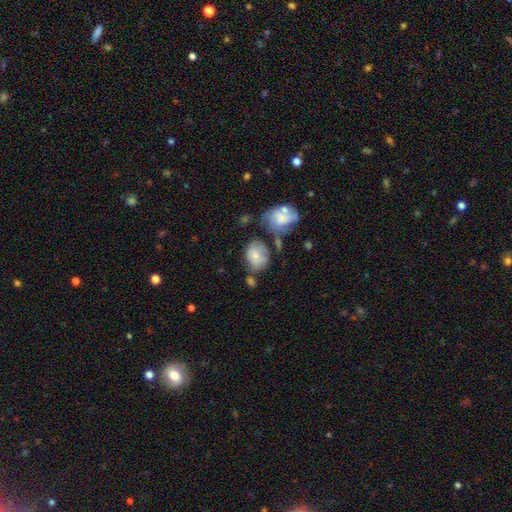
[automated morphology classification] Overall: smooth (69%). How rounded: in between (63%; round 36%). Merging: none (48%; minor disturbance 23%).